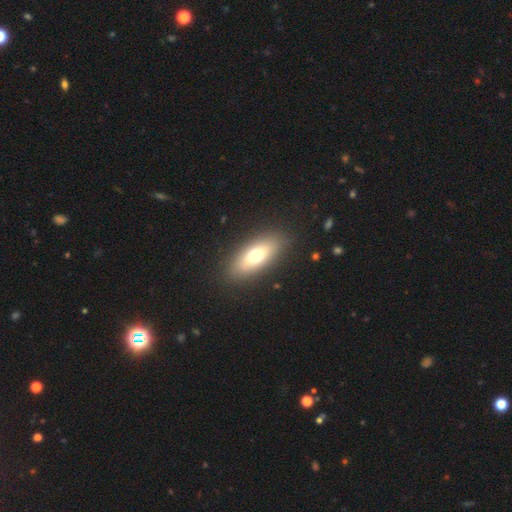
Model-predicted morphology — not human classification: Q: Smooth or featured?
A: smooth (69%); runner-up: featured or disk (23%)
Q: How rounded?
A: in between (79%); runner-up: cigar-shaped (18%)
Q: Merging?
A: none (87%); runner-up: minor disturbance (9%)